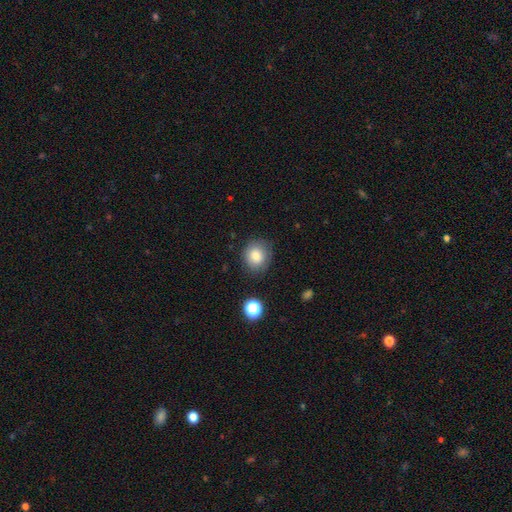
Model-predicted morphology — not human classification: This is clearly a smooth galaxy (81%). How rounded: likely round (74%). Merging: clearly none (81%).